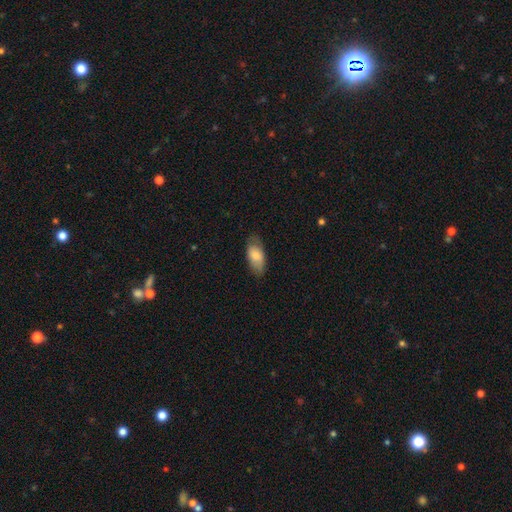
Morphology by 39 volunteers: type=smooth (79%); roundness=in between (77%); merging=none (72%).